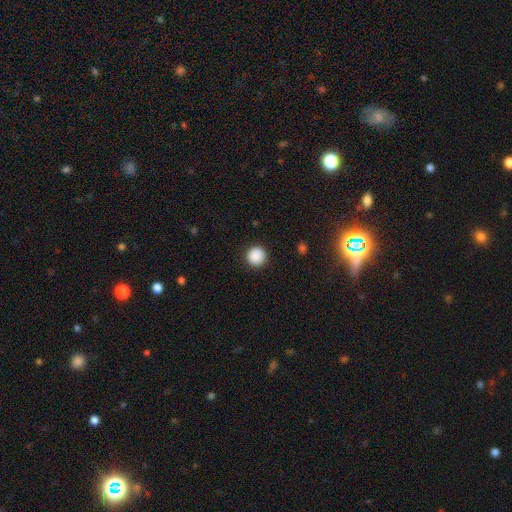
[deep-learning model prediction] Smooth or featured? Predicted: smooth (p=0.89). How rounded? Predicted: round (p=0.96). Merging? Predicted: none (p=0.92).